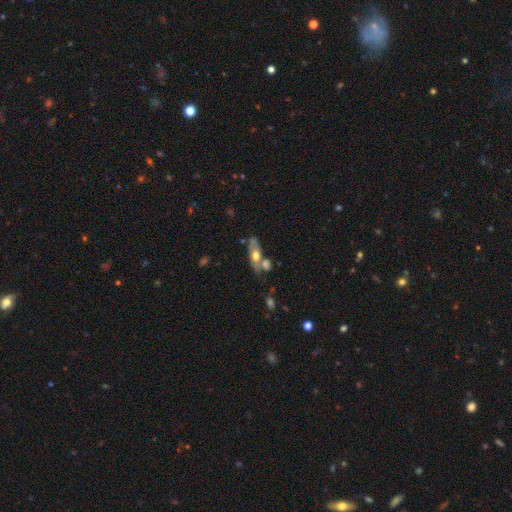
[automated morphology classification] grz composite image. It shows a featured or disk galaxy (48%). Merging: none (43%).